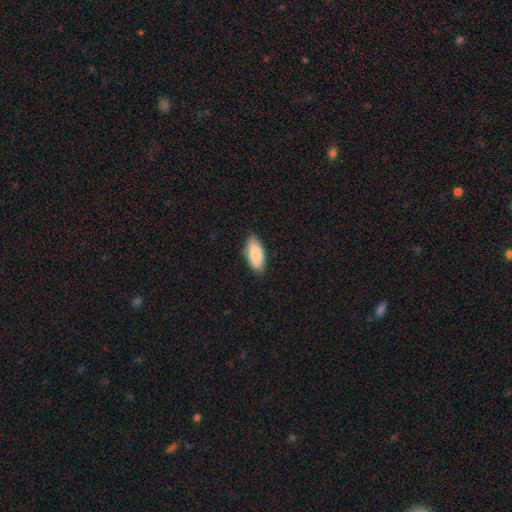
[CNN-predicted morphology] Smooth or featured? Predicted: smooth (p=0.87). How rounded? Predicted: in between (p=0.87). Merging? Predicted: none (p=0.80).